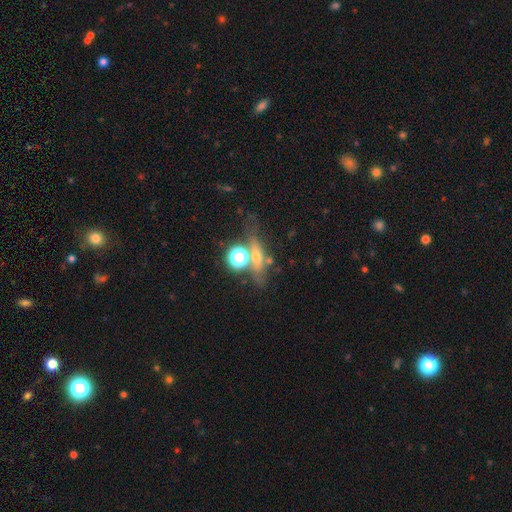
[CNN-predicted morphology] Q: Smooth or featured?
A: smooth (42%); runner-up: featured or disk (33%)
Q: Merging?
A: none (59%); runner-up: merger (17%)